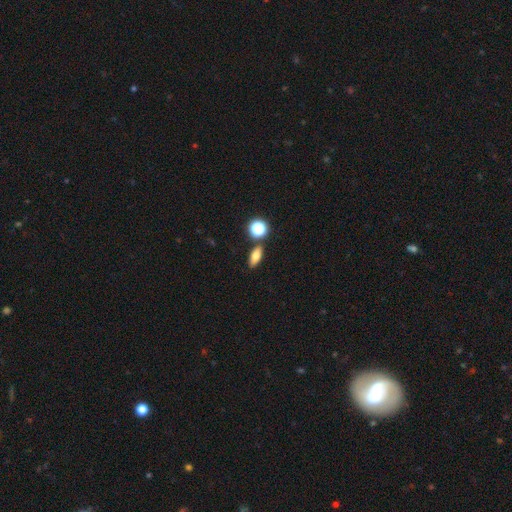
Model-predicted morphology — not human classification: Smooth or featured?
  - smooth: 74% *
  - featured or disk: 13%
  - star or artifact: 12%
How rounded?
  - in between: 73% *
  - cigar-shaped: 15%
  - round: 12%
Merging?
  - none: 81% *
  - minor disturbance: 9%
  - merger: 7%
  - major disturbance: 2%